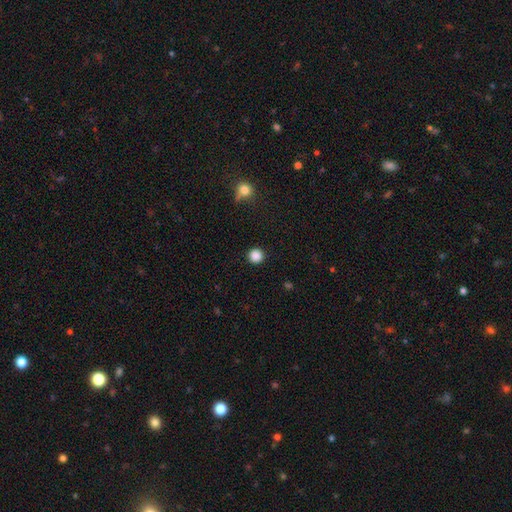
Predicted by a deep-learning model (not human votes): Smooth or featured? smooth (87%)
How rounded? round (95%)
Merging? none (91%)